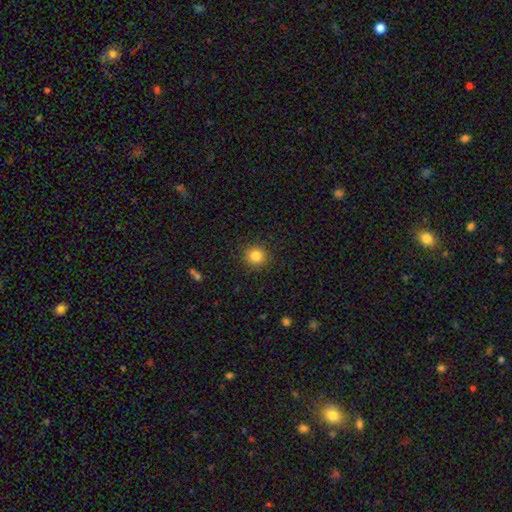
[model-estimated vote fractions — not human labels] A smooth galaxy with no disk features (84%) that is round (93%).

Vote fractions:
- Smooth or featured? smooth: 84% / star or artifact: 11% / featured or disk: 5%
- How rounded? round: 93% / in between: 6% / cigar-shaped: 1%
- Merging? none: 90% / minor disturbance: 7% / major disturbance: 2% / merger: 1%